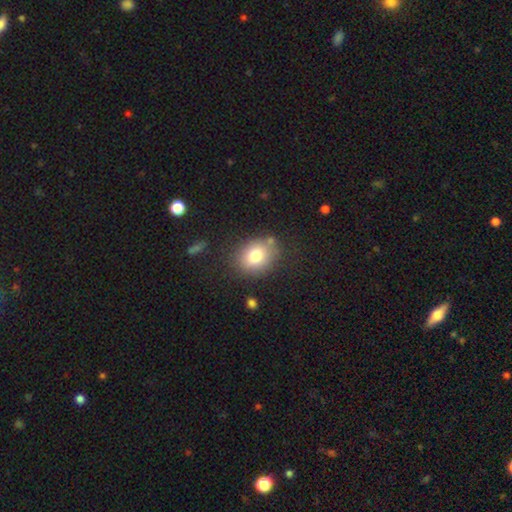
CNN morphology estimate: type=smooth (78%); roundness=round (51%); merging=none (77%).